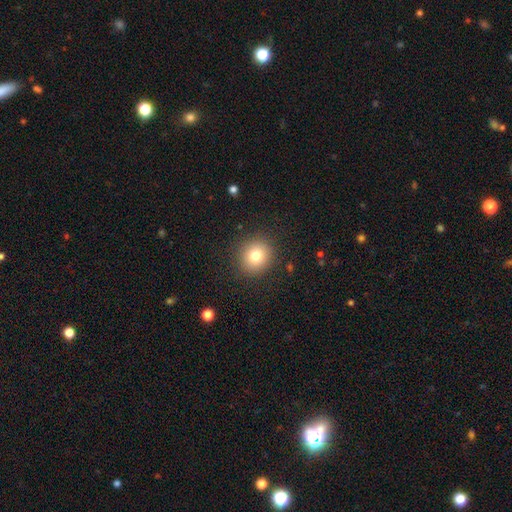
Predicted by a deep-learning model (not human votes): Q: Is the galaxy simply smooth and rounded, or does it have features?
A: smooth — 79%.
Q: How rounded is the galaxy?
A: round — 87%.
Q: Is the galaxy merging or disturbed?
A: none — 89%.